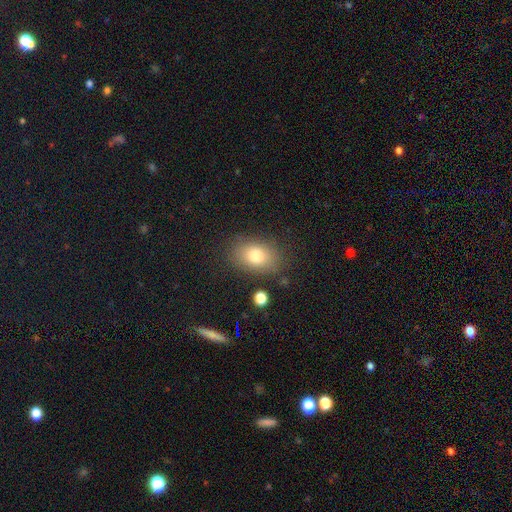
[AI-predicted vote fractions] This appears to be a smooth galaxy with no disk features (78%) that is in between round and cigar-shaped (79%). Merging: none (81%).